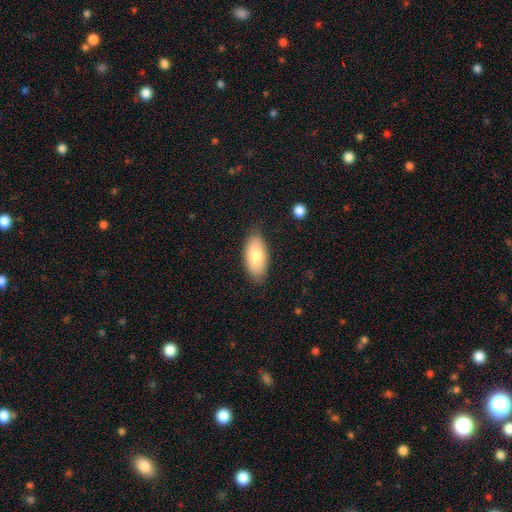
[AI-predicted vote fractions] This appears to be a smooth galaxy with no disk features (78%) that is in between round and cigar-shaped (93%). Merging: none (83%).